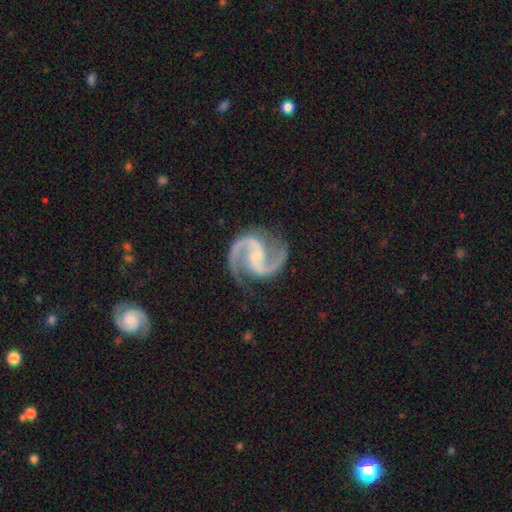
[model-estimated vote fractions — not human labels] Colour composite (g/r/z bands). It shows a featured or disk galaxy (95%) with no bar (41%), 2 (95%) medium (68%) spiral arms (99%) and a small central bulge (56%). Merging: none (81%).